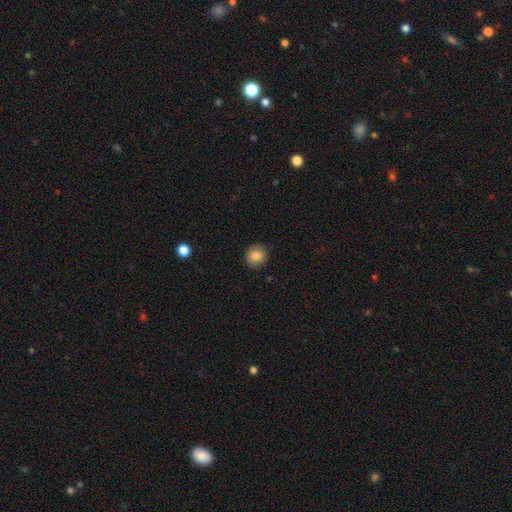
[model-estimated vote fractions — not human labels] A smooth galaxy with no disk features (84%) that is round (87%). Merging: none (88%).